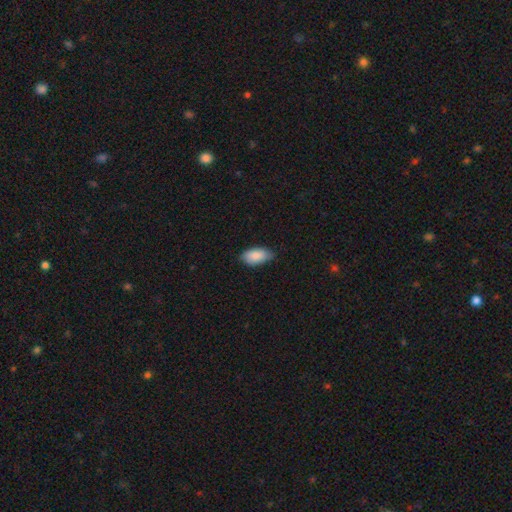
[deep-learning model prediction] The model was most divided on "merging": none: 76%, minor disturbance: 20%, major disturbance: 3%, merger: 1%. More confident: how rounded — in between (94%); smooth or featured — smooth (89%).